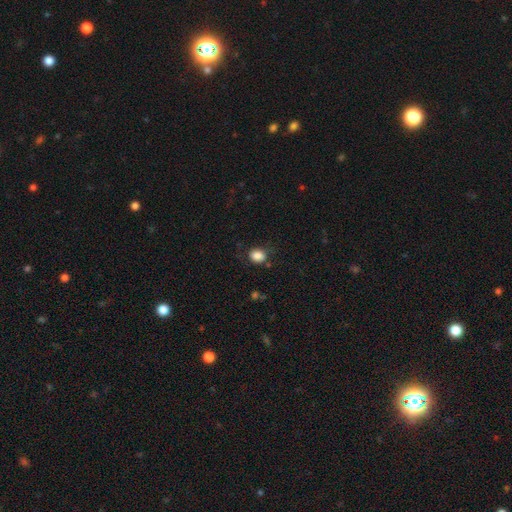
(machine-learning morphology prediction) The model was most divided on "how rounded": round: 55%, in between: 44%, cigar-shaped: 1%. More confident: smooth or featured — smooth (85%); merging — none (74%).